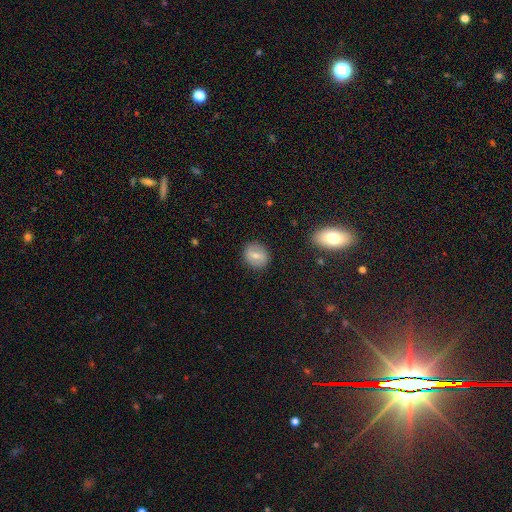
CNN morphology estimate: Smooth or featured: smooth — 66% (featured or disk — 25%)
How rounded: round — 71% (in between — 28%)
Merging: none — 87% (minor disturbance — 9%)